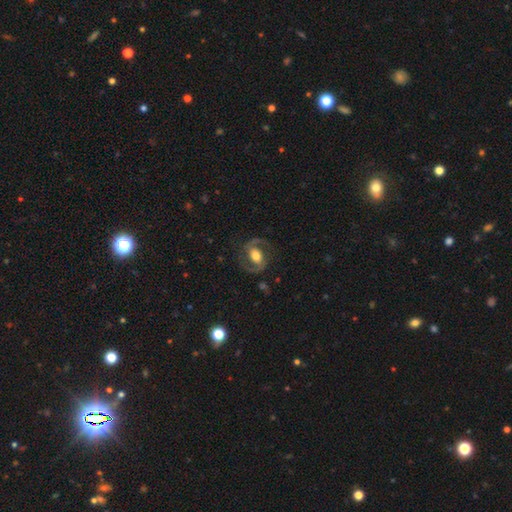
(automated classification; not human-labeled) Morphology: type=featured or disk (84%); edge-on=no (97%); bar=weak (37%); spiral arms=yes (93%); winding=medium (58%); arm count=2 (92%); bulge=moderate (61%); merging=none (79%).